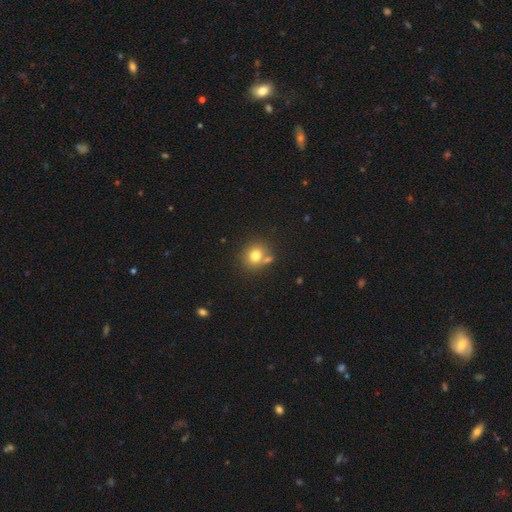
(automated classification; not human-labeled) Q: Smooth or featured?
A: smooth (77%); runner-up: star or artifact (13%)
Q: How rounded?
A: round (79%); runner-up: in between (20%)
Q: Merging?
A: none (66%); runner-up: merger (19%)